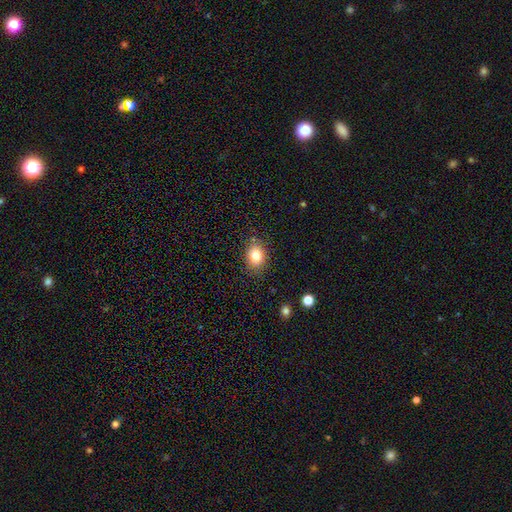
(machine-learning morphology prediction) type=smooth (80%); roundness=in between (52%); merging=none (82%).